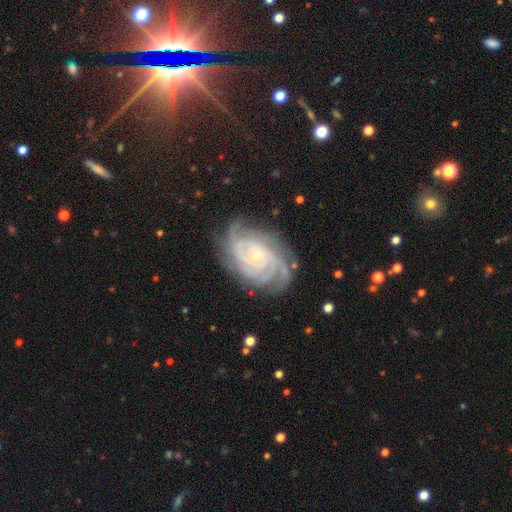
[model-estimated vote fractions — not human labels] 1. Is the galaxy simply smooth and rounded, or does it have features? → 88% featured or disk, 7% star or artifact, 6% smooth.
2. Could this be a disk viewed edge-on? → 97% no, 3% yes.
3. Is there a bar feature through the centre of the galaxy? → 70% no, 23% weak, 8% strong.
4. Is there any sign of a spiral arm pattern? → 98% yes, 2% no.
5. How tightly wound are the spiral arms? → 75% tight, 21% medium, 3% loose.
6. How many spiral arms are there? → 29% 4, 22% 3, 18% can't tell, 13% 2, 11% more than 4, 8% 1.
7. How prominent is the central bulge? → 83% small, 12% moderate, 3% none, 1% large, 1% dominant.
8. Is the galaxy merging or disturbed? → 76% none, 17% minor disturbance, 6% major disturbance, 1% merger.